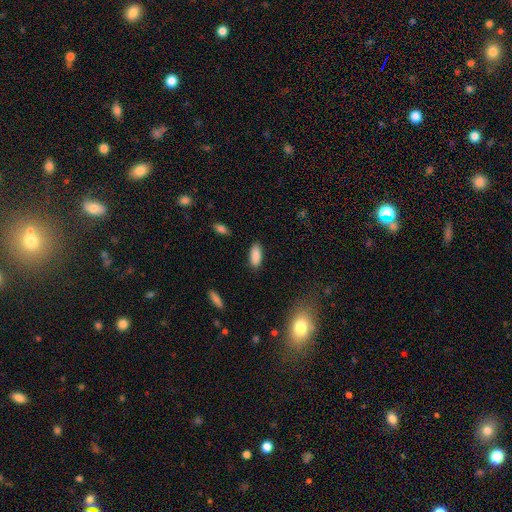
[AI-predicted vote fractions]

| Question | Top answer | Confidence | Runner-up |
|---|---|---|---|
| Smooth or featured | smooth | 89% | star or artifact (7%) |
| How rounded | in between | 81% | cigar-shaped (17%) |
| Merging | none | 87% | minor disturbance (10%) |